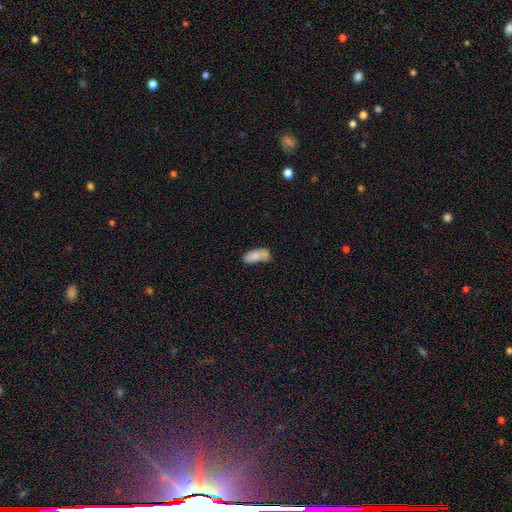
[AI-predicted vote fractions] Smooth or featured? smooth (77%)
How rounded? in between (87%)
Merging? none (39%)